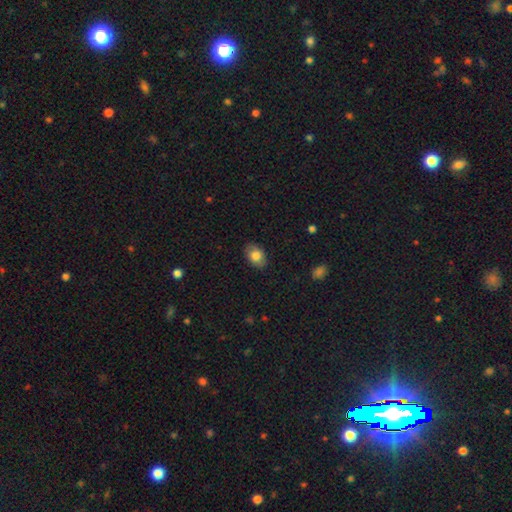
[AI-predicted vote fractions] Smooth or featured: smooth — 81% (featured or disk — 12%)
How rounded: in between — 82% (round — 16%)
Merging: none — 85% (minor disturbance — 12%)